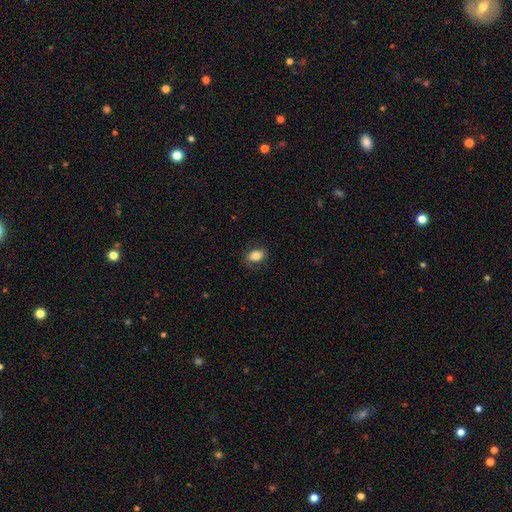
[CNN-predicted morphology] Smooth or featured? Predicted: smooth (p=0.84). How rounded? Predicted: in between (p=0.83). Merging? Predicted: none (p=0.83).